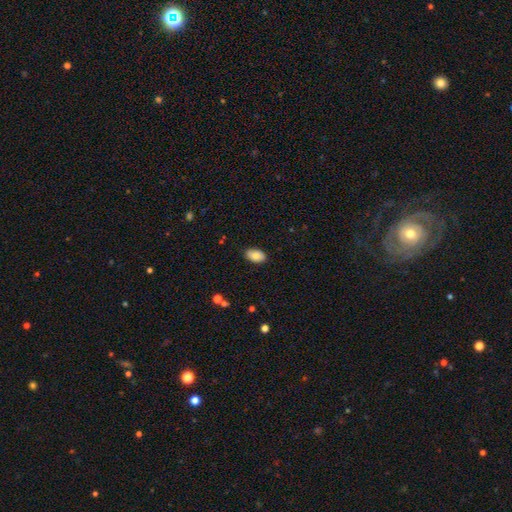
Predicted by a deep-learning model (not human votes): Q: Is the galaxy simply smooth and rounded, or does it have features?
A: smooth — 81%.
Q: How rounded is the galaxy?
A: in between — 93%.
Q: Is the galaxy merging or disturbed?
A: none — 85%.